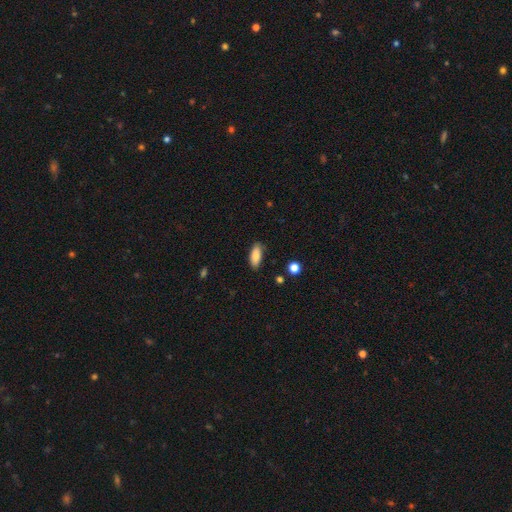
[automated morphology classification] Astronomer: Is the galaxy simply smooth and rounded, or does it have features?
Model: smooth — 86%.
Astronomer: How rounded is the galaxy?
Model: in between — 83%.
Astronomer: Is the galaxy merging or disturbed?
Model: none — 84%.